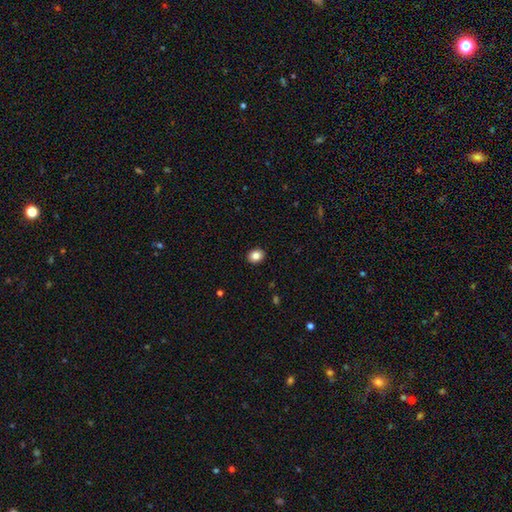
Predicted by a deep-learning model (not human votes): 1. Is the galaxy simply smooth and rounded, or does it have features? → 85% smooth, 9% star or artifact, 5% featured or disk.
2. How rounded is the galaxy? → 50% round, 49% in between, 1% cigar-shaped.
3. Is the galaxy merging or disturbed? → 91% none, 6% minor disturbance, 2% major disturbance, 1% merger.